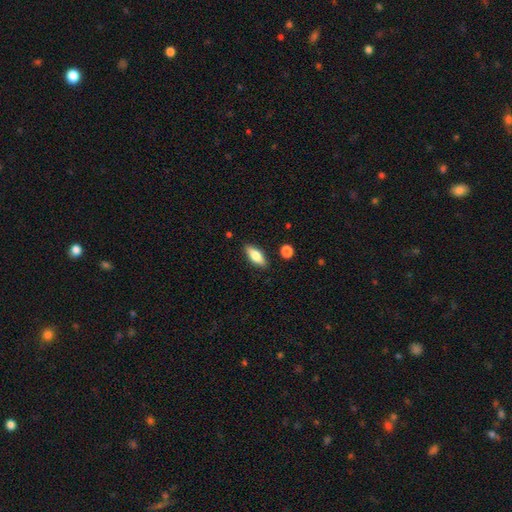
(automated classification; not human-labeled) This is likely a smooth galaxy (70%). How rounded: likely in between (69%). Merging: clearly none (86%).